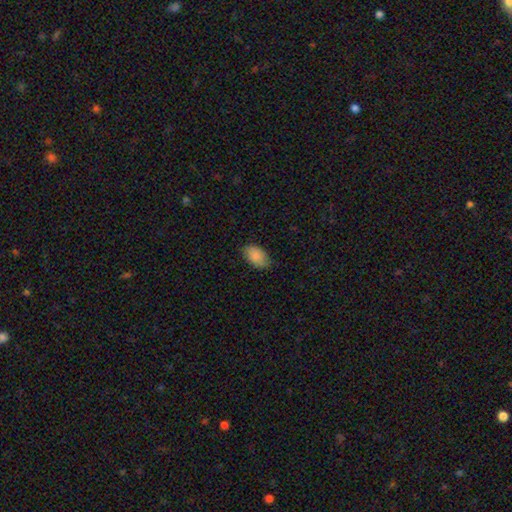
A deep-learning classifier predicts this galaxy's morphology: A smooth galaxy with no disk features (87%) that is in between round and cigar-shaped (92%). Merging: none (78%).